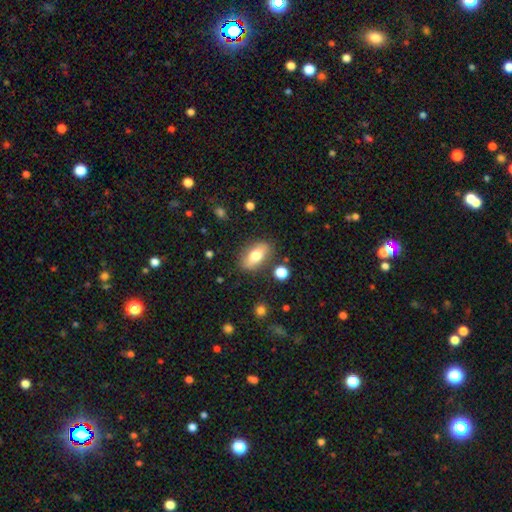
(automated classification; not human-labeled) A smooth galaxy with no disk features (68%) that is in between round and cigar-shaped (86%).

Vote fractions:
- Smooth or featured? smooth: 68% / featured or disk: 25% / star or artifact: 8%
- How rounded? in between: 86% / round: 7% / cigar-shaped: 7%
- Merging? none: 82% / minor disturbance: 12% / major disturbance: 3% / merger: 3%